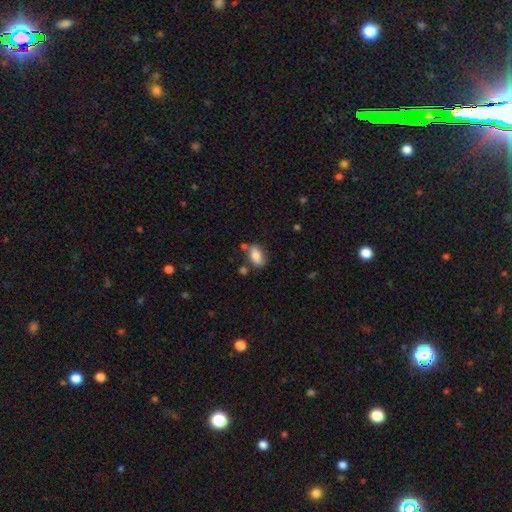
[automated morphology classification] Smooth or featured? smooth (77%)
How rounded? in between (89%)
Merging? none (62%)